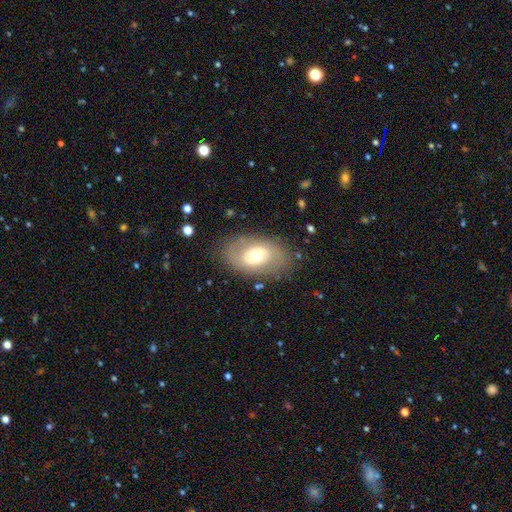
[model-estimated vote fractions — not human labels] A featured or disk galaxy (47%).

Vote fractions:
- Smooth or featured? featured or disk: 47% / smooth: 45% / star or artifact: 8%
- Merging? none: 78% / minor disturbance: 14% / major disturbance: 7% / merger: 2%